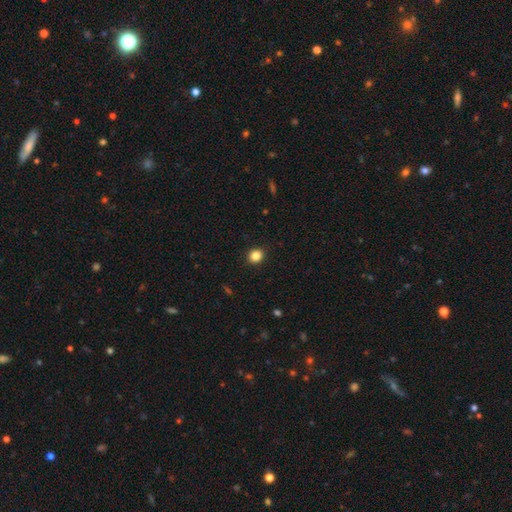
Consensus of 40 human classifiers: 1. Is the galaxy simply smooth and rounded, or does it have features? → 85% smooth, 10% star or artifact, 5% featured or disk.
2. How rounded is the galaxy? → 82% round, 18% in between, 0% cigar-shaped.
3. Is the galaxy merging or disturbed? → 86% none, 14% minor disturbance, 0% major disturbance, 0% merger.